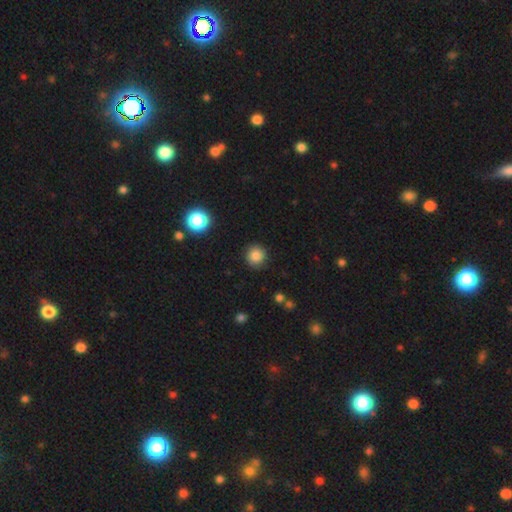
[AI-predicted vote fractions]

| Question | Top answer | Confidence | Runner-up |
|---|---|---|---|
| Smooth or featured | smooth | 84% | star or artifact (12%) |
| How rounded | round | 93% | in between (6%) |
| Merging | none | 90% | minor disturbance (7%) |